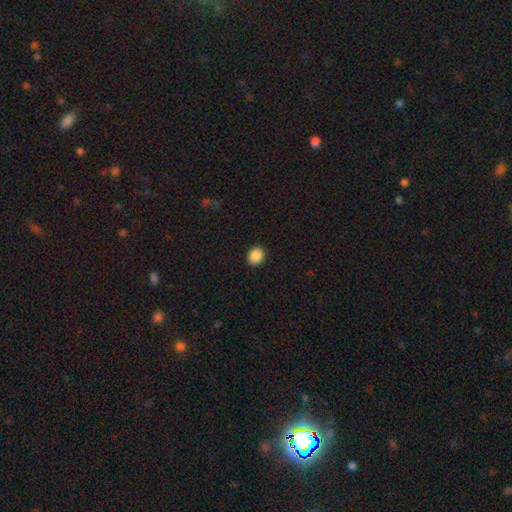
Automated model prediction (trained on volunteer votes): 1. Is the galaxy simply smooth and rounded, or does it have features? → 89% smooth, 9% star or artifact, 2% featured or disk.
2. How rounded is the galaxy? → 64% round, 35% in between, 1% cigar-shaped.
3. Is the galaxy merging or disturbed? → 91% none, 6% minor disturbance, 2% major disturbance, 1% merger.